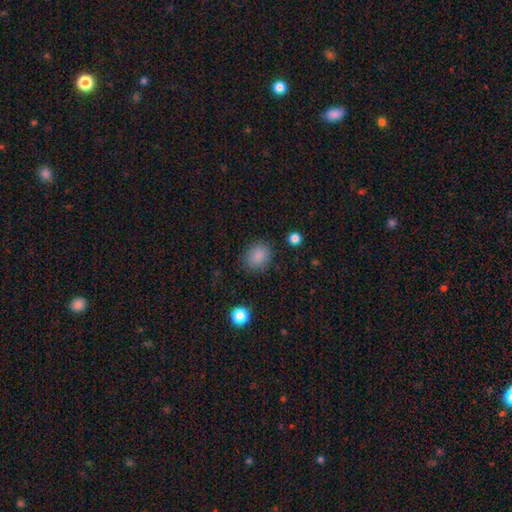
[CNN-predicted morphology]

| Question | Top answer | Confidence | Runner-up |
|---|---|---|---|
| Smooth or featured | smooth | 86% | star or artifact (10%) |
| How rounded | round | 52% | in between (47%) |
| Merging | none | 84% | minor disturbance (11%) |